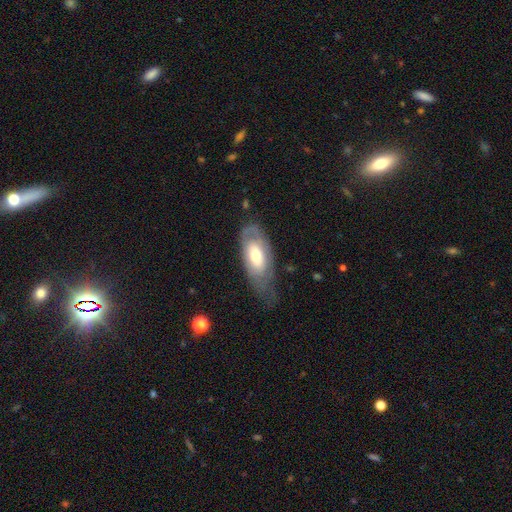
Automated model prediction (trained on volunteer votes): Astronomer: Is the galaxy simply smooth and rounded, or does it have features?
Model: featured or disk — 48% (runner-up: smooth, 46%).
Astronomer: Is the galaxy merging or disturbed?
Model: none — 46% (runner-up: minor disturbance, 30%).